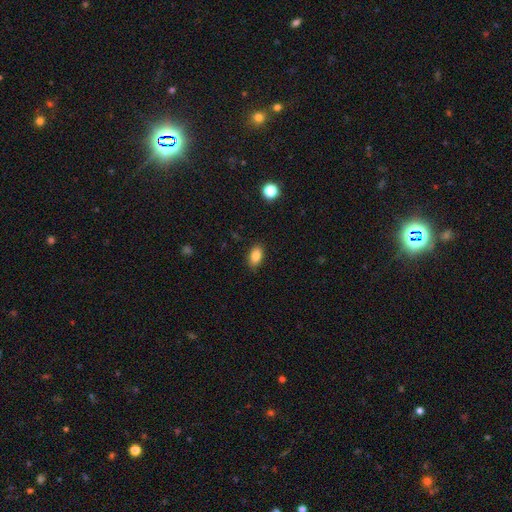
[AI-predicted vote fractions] Smooth or featured? smooth (84%)
How rounded? in between (89%)
Merging? none (87%)